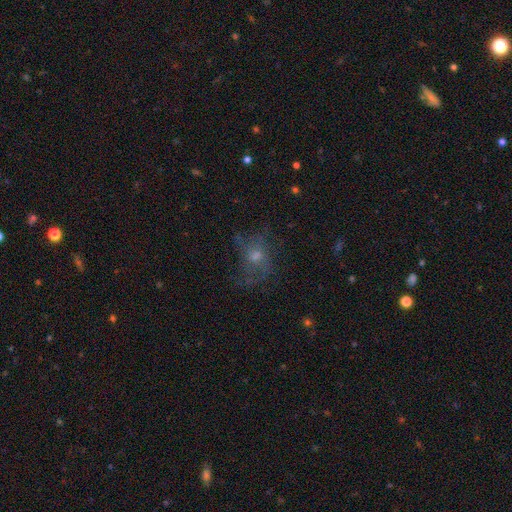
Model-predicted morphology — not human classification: Smooth or featured?
  - featured or disk: 46% *
  - smooth: 32%
  - star or artifact: 21%
Merging?
  - none: 55% *
  - major disturbance: 24%
  - minor disturbance: 20%
  - merger: 2%